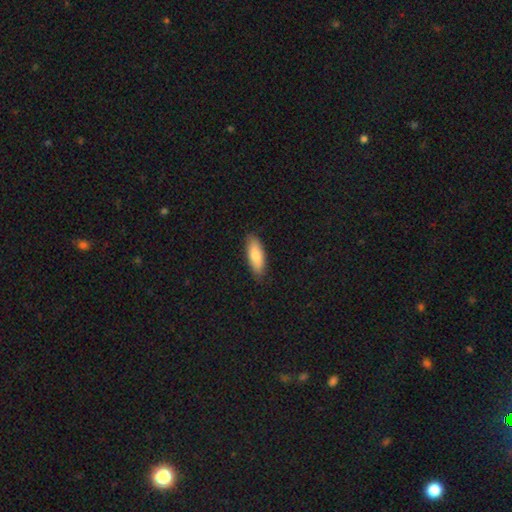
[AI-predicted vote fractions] This is clearly a smooth galaxy (82%). How rounded: likely in between (68%). Merging: clearly none (86%).